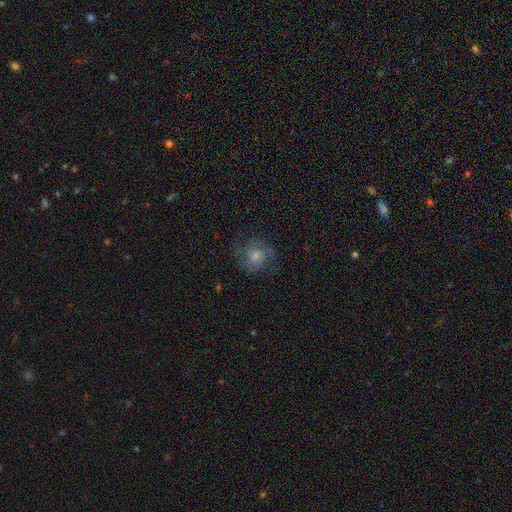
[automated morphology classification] A featured or disk galaxy (64%) with no bar (71%), 2 (60%) medium (47%) spiral arms (92%) and a moderate central bulge (48%).

Vote fractions:
- Smooth or featured? featured or disk: 64% / smooth: 23% / star or artifact: 13%
- Edge-on disk? no: 97% / yes: 3%
- Bar? no: 71% / weak: 25% / strong: 4%
- Spiral arms? yes: 92% / no: 8%
- Spiral winding? medium: 47% / tight: 38% / loose: 16%
- Spiral arm count? 2: 60% / can't tell: 18% / 3: 12% / 1: 4% / 4: 3% / more than 4: 3%
- Bulge size? moderate: 48% / small: 35% / large: 10% / none: 5% / dominant: 2%
- Merging? none: 75% / minor disturbance: 14% / major disturbance: 9% / merger: 1%